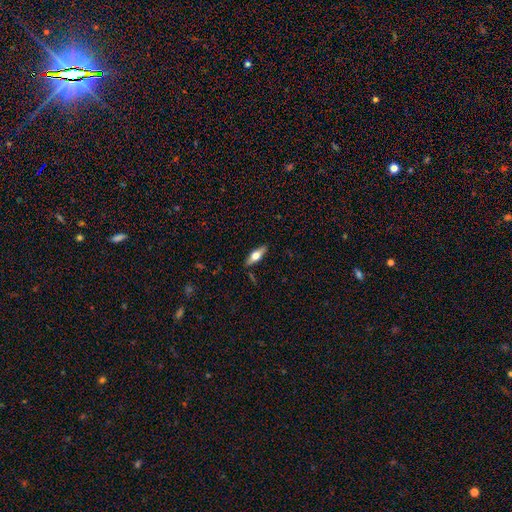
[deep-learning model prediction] Morphology: type=featured or disk (47%); merging=none (87%).